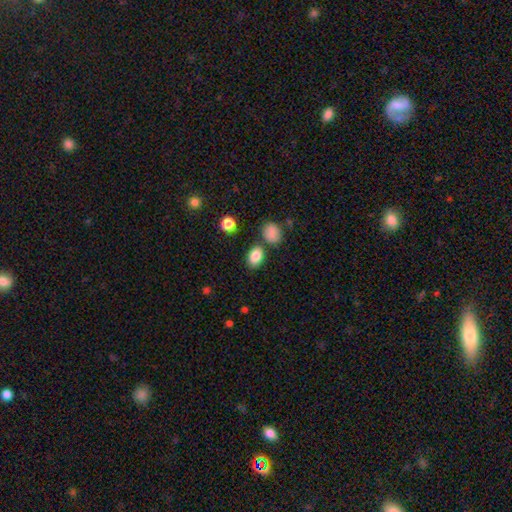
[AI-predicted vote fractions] smooth 85%, star or artifact 9%, featured or disk 6%. Down the decision tree: how rounded — in between (83%); merging — none (77%).